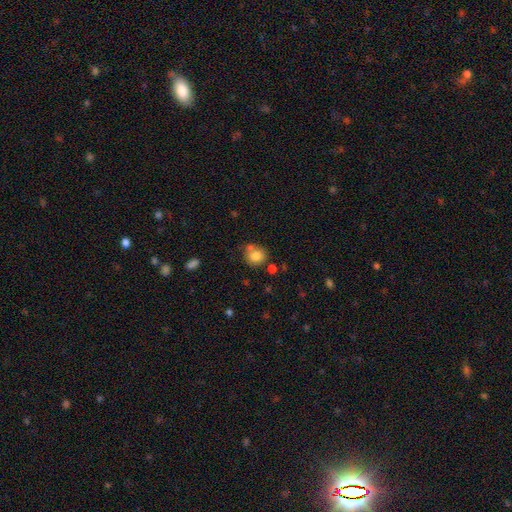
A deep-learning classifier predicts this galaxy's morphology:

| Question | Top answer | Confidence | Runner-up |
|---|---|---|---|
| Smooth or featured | smooth | 80% | featured or disk (10%) |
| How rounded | round | 80% | in between (19%) |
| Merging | none | 60% | merger (18%) |